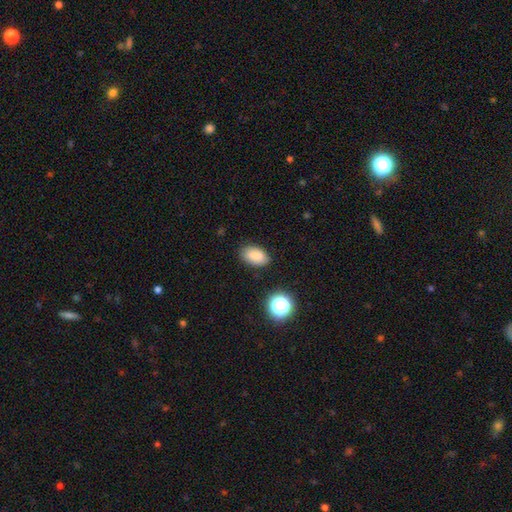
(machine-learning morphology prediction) A smooth galaxy with no disk features (85%) that is in between round and cigar-shaped (90%). Merging: none (82%).